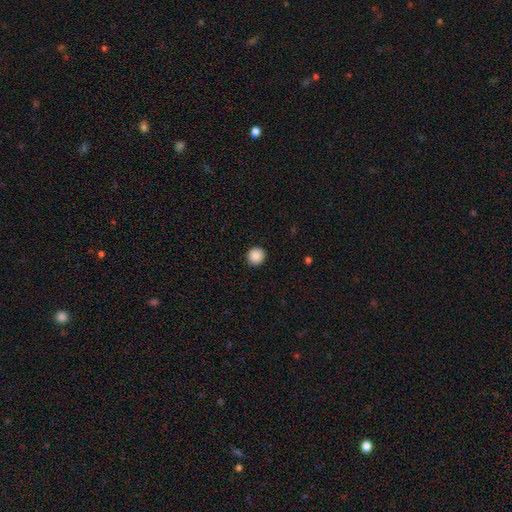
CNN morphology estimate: Q: Smooth or featured?
A: smooth (89%); runner-up: star or artifact (9%)
Q: How rounded?
A: round (92%); runner-up: in between (7%)
Q: Merging?
A: none (92%); runner-up: minor disturbance (5%)